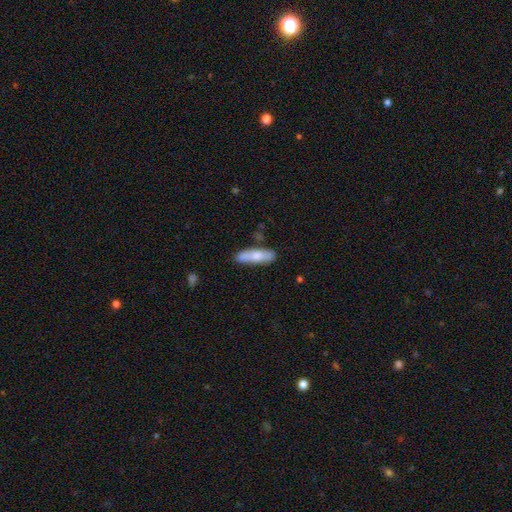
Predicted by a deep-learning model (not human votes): A smooth galaxy with no disk features (68%) that is cigar-shaped (68%).

Vote fractions:
- Smooth or featured? smooth: 68% / featured or disk: 26% / star or artifact: 6%
- How rounded? cigar-shaped: 68% / in between: 30% / round: 2%
- Merging? none: 82% / minor disturbance: 13% / merger: 3% / major disturbance: 2%